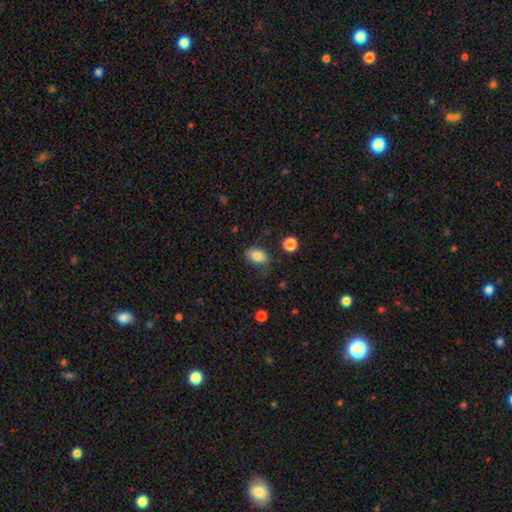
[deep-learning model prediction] Q: Smooth or featured?
A: smooth (85%); runner-up: star or artifact (9%)
Q: How rounded?
A: in between (87%); runner-up: round (11%)
Q: Merging?
A: none (65%); runner-up: minor disturbance (25%)